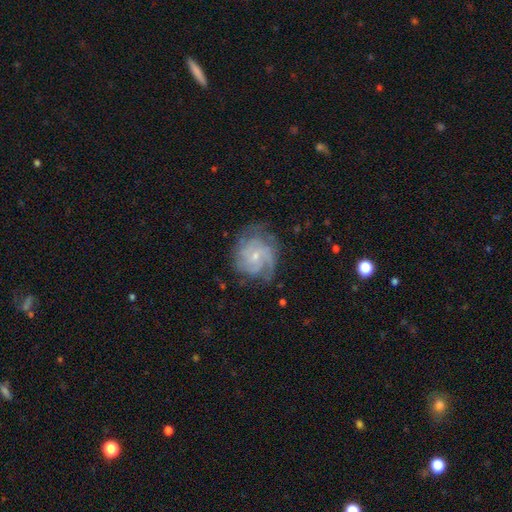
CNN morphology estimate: The model was most divided on "spiral arm count": 3: 32%, 2: 25%, can't tell: 24%, 4: 9%, 1: 6%, more than 4: 5%. More confident: edge-on disk — no (98%); spiral arms — yes (96%); smooth or featured — featured or disk (84%); bulge size — small (68%); merging — none (67%); bar — no (64%); spiral winding — tight (53%).